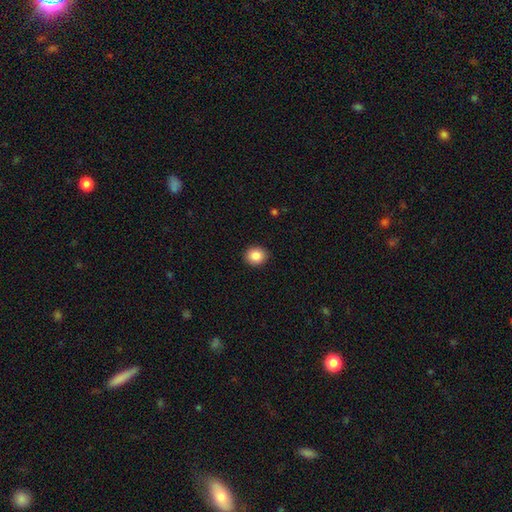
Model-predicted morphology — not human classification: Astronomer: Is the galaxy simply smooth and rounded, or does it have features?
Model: smooth — 87%.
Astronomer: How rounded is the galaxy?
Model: round — 77%.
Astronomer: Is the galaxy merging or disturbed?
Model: none — 91%.